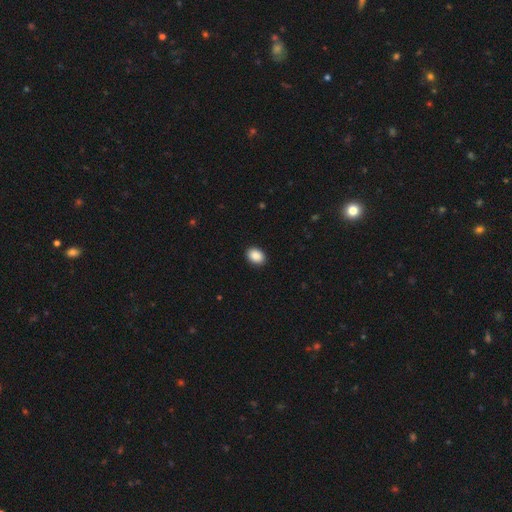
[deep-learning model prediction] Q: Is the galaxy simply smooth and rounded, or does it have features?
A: smooth — 90%.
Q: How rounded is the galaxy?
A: in between — 75%.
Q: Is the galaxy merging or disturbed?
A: none — 91%.